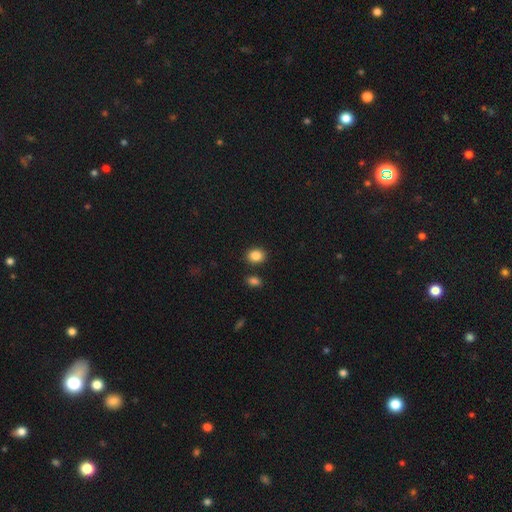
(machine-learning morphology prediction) smooth_or_featured: smooth (p=0.87) [alt: star or artifact p=0.09]
how_rounded: round (p=0.50) [alt: in between p=0.49]
merging: none (p=0.84) [alt: minor disturbance p=0.08]